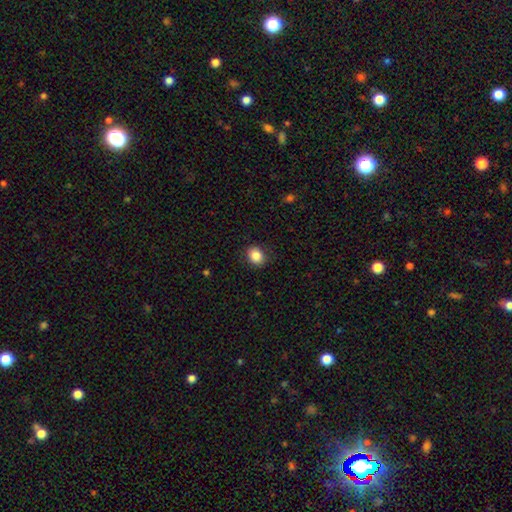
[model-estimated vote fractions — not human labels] A smooth galaxy with no disk features (86%) that is round (59%).

Vote fractions:
- Smooth or featured? smooth: 86% / star or artifact: 9% / featured or disk: 5%
- How rounded? round: 59% / in between: 41% / cigar-shaped: 1%
- Merging? none: 86% / minor disturbance: 10% / major disturbance: 3% / merger: 1%